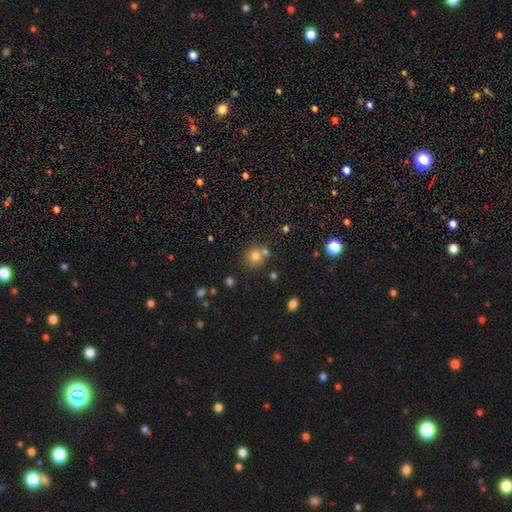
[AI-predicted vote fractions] Smooth or featured? Predicted: smooth (p=0.75). How rounded? Predicted: round (p=0.88). Merging? Predicted: none (p=0.62).